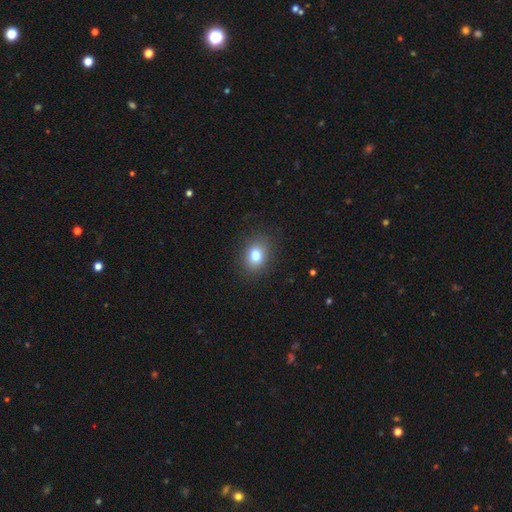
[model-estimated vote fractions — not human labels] Smooth or featured?
  - smooth: 79% *
  - star or artifact: 12%
  - featured or disk: 9%
How rounded?
  - in between: 54% *
  - round: 45%
  - cigar-shaped: 1%
Merging?
  - none: 86% *
  - minor disturbance: 9%
  - major disturbance: 3%
  - merger: 1%